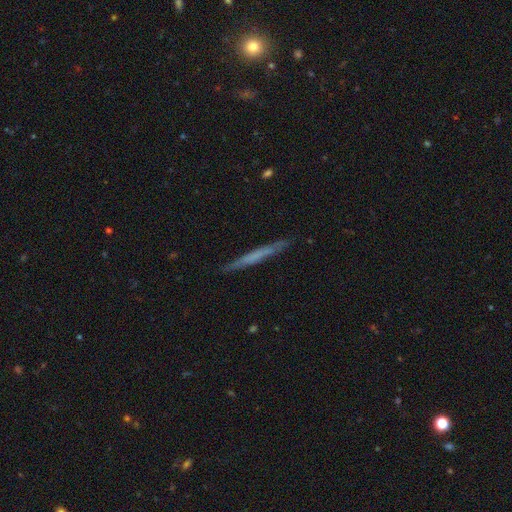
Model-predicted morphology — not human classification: A featured or disk galaxy (48%). Merging: none (89%).